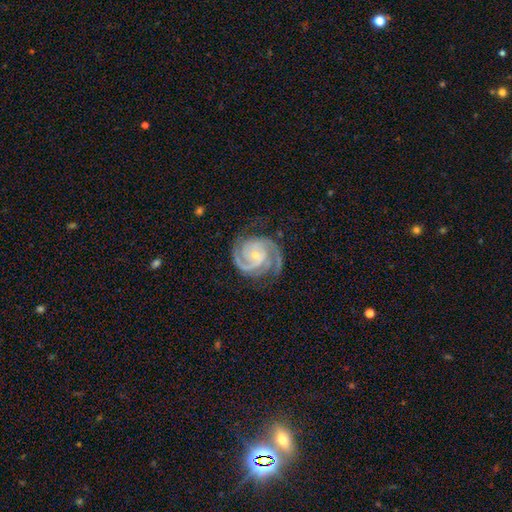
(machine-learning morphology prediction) type=featured or disk (92%); edge-on=no (98%); bar=no (64%); spiral arms=yes (99%); winding=tight (60%); arm count=2 (55%); bulge=small (70%); merging=none (73%).